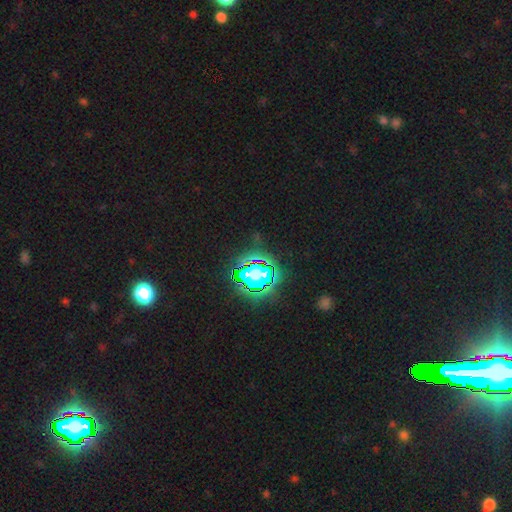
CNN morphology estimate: Q: Smooth or featured?
A: star or artifact (81%); runner-up: smooth (12%)